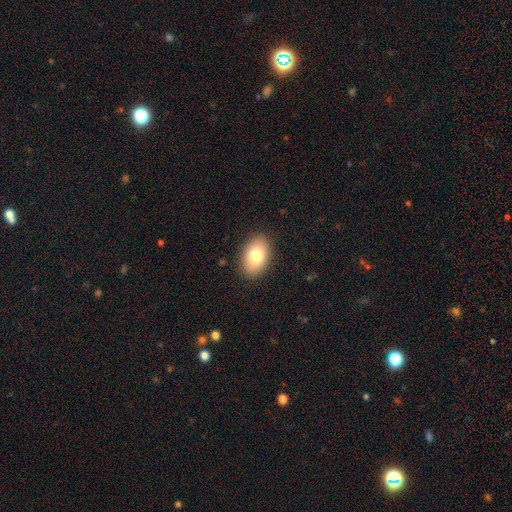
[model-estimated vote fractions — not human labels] smooth 77%, featured or disk 15%, star or artifact 8%. Down the decision tree: how rounded — in between (88%); merging — none (88%).